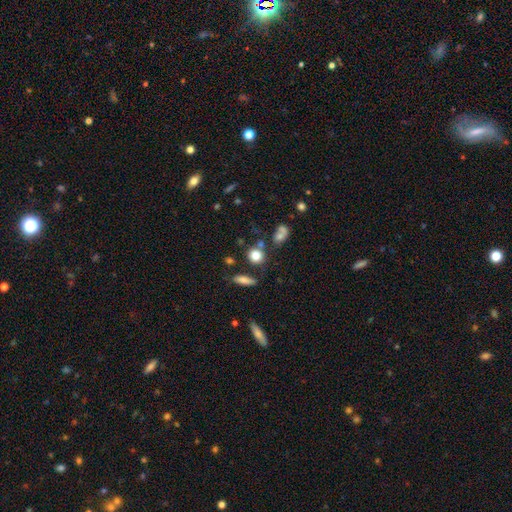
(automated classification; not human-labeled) Q: Smooth or featured?
A: smooth (80%); runner-up: star or artifact (12%)
Q: How rounded?
A: round (81%); runner-up: in between (16%)
Q: Merging?
A: none (71%); runner-up: merger (13%)